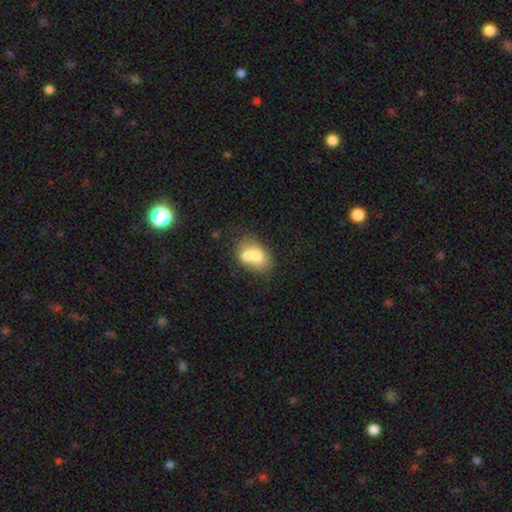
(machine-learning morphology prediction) Overall: smooth (66%; featured or disk 26%). How rounded: in between (73%). Merging: merger (60%; none 25%).